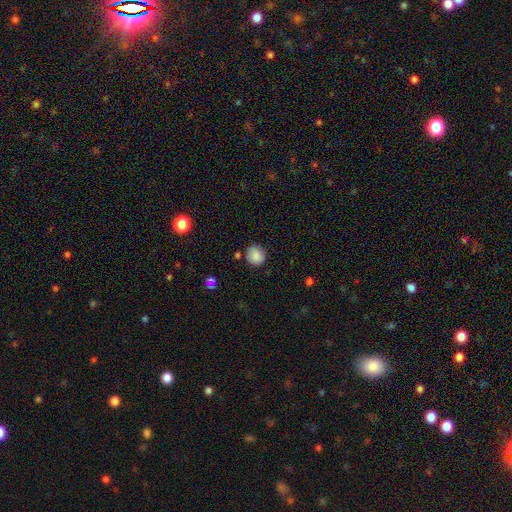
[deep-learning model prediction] The model was most divided on "merging": none: 82%, minor disturbance: 12%, merger: 3%, major disturbance: 3%. More confident: how rounded — round (87%); smooth or featured — smooth (86%).